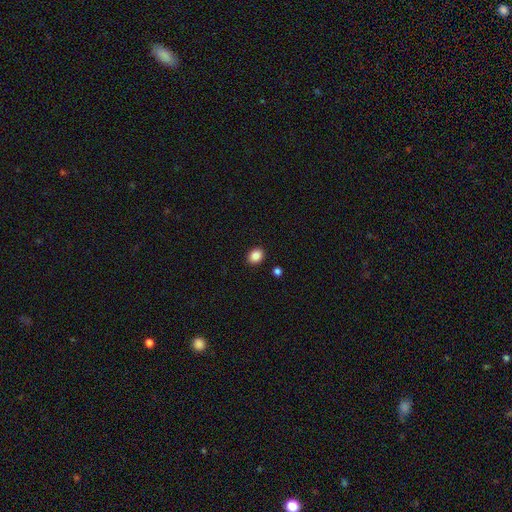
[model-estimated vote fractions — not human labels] A smooth galaxy with no disk features (87%) that is round (54%). Merging: none (89%).